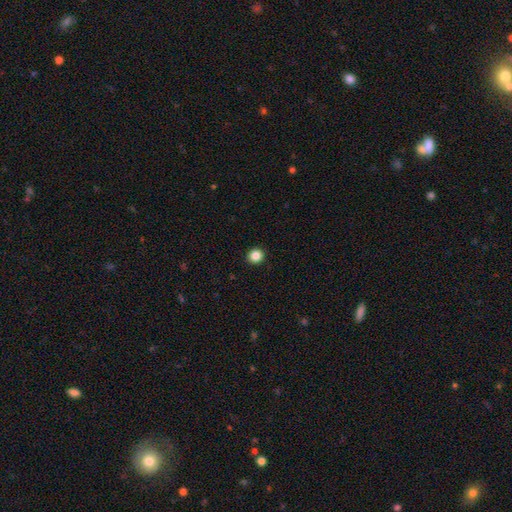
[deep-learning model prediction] smooth-or-featured: smooth: 86% | star or artifact: 10% | featured or disk: 3%
  how-rounded: round: 92% | in between: 7% | cigar-shaped: 1%
  merging: none: 94% | minor disturbance: 4% | major disturbance: 1% | merger: 1%